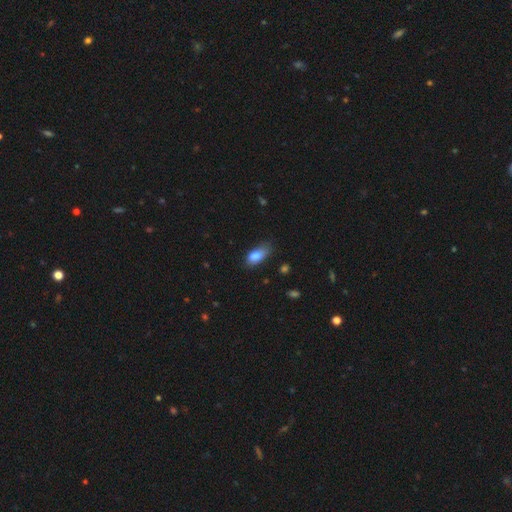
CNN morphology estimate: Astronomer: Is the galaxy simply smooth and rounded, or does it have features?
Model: smooth — 83%.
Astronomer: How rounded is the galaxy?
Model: in between — 86%.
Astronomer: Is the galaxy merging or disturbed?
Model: none — 55% (runner-up: minor disturbance, 33%).